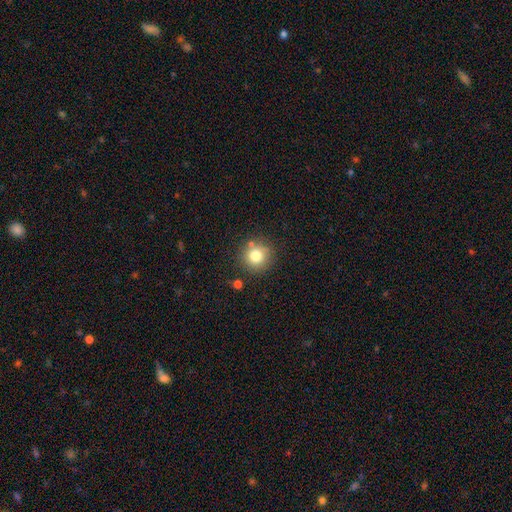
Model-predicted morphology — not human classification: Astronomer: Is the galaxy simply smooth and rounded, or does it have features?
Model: smooth — 79%.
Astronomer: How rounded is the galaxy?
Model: round — 92%.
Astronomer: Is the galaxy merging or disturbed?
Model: none — 81%.